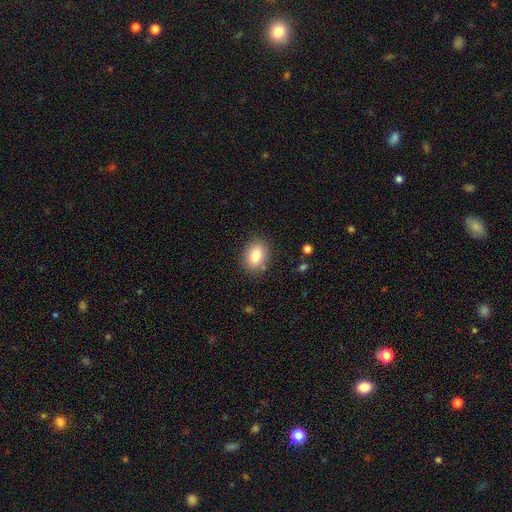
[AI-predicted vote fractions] Smooth or featured? smooth (82%)
How rounded? in between (69%)
Merging? none (85%)